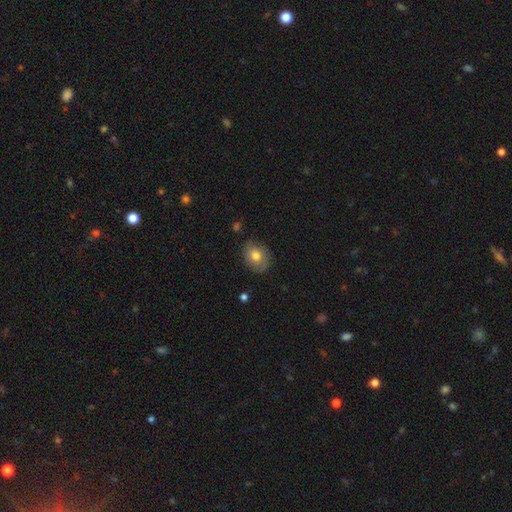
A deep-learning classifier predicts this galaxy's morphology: smooth 74%, featured or disk 18%, star or artifact 8%. Down the decision tree: how rounded — round (55%); merging — none (78%).